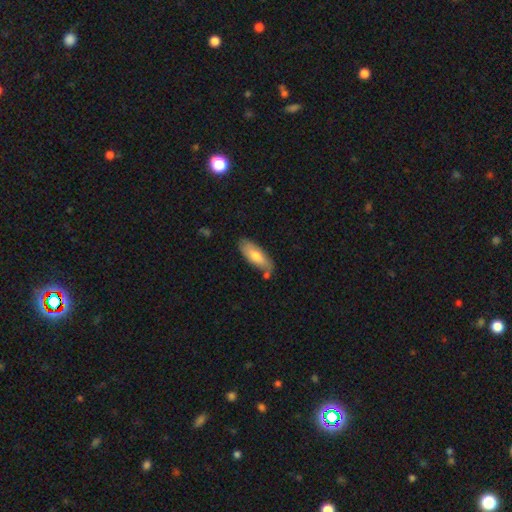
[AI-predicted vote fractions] Smooth or featured? smooth (68%)
How rounded? in between (71%)
Merging? none (69%)